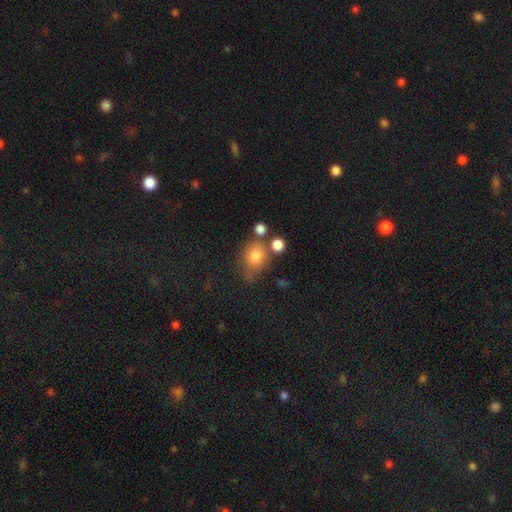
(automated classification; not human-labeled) A smooth galaxy with no disk features (77%) that is round (54%).

Vote fractions:
- Smooth or featured? smooth: 77% / star or artifact: 12% / featured or disk: 11%
- How rounded? round: 54% / in between: 45% / cigar-shaped: 1%
- Merging? none: 54% / minor disturbance: 20% / merger: 18% / major disturbance: 8%